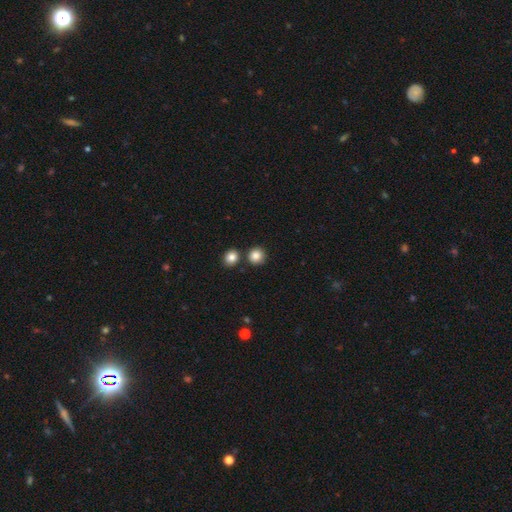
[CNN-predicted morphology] Overall: smooth (85%). How rounded: round (89%). Merging: none (80%).